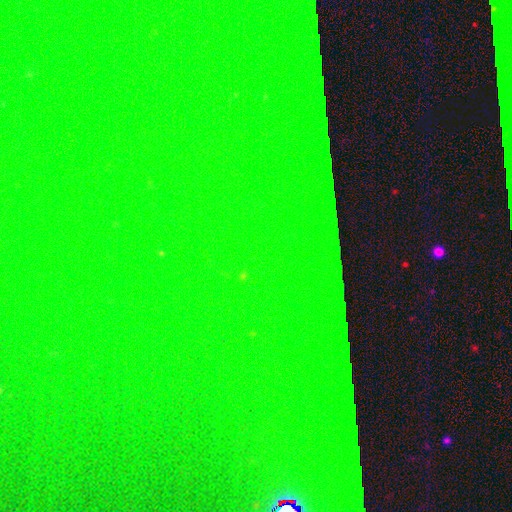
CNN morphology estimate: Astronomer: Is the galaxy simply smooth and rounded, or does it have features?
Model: star or artifact — 86%.